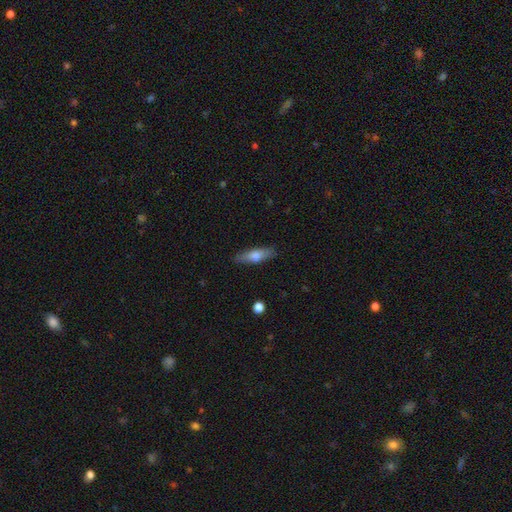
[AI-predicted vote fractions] Q: Smooth or featured?
A: smooth (61%); runner-up: featured or disk (32%)
Q: How rounded?
A: cigar-shaped (55%); runner-up: in between (42%)
Q: Merging?
A: none (86%); runner-up: minor disturbance (10%)